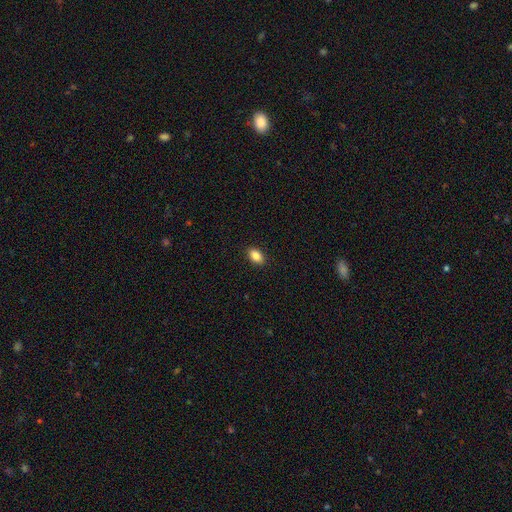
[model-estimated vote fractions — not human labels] This is clearly a smooth galaxy (86%). How rounded: clearly in between (86%). Merging: clearly none (90%).